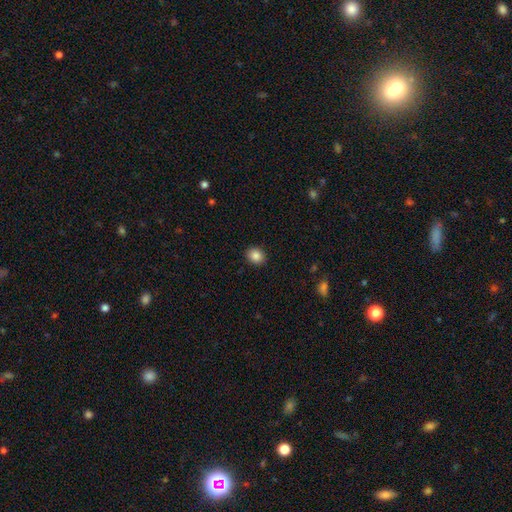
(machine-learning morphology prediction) type=smooth (86%); roundness=round (62%); merging=none (90%).